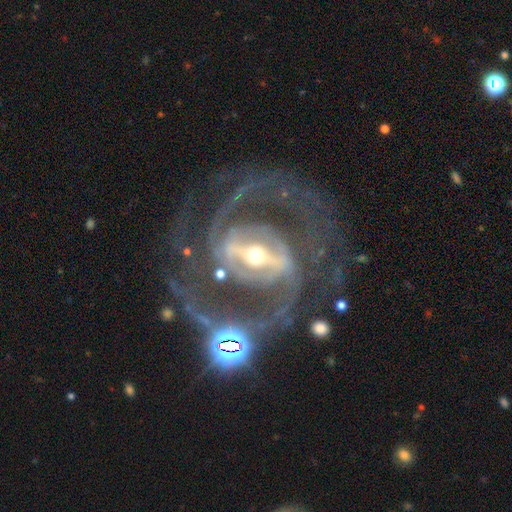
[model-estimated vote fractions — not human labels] Q: Smooth or featured?
A: featured or disk (91%); runner-up: star or artifact (6%)
Q: Edge-on disk?
A: no (97%); runner-up: yes (3%)
Q: Bar?
A: strong (73%); runner-up: weak (21%)
Q: Spiral arms?
A: yes (97%); runner-up: no (3%)
Q: Spiral winding?
A: medium (56%); runner-up: tight (29%)
Q: Spiral arm count?
A: 2 (70%); runner-up: 3 (13%)
Q: Bulge size?
A: moderate (48%); runner-up: small (45%)
Q: Merging?
A: none (65%); runner-up: major disturbance (17%)